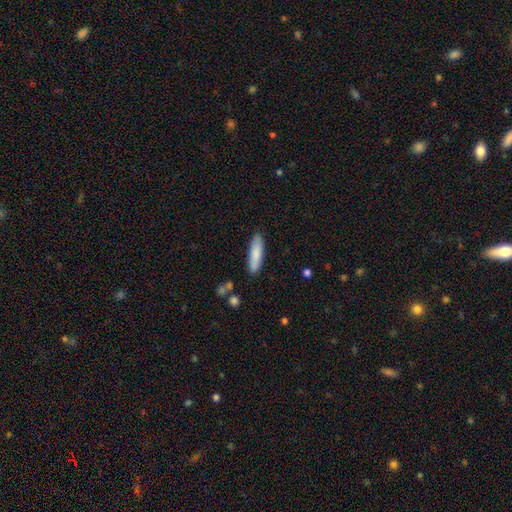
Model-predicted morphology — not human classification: smooth 83%, featured or disk 12%, star or artifact 6%. Down the decision tree: how rounded — cigar-shaped (66%); merging — none (87%).